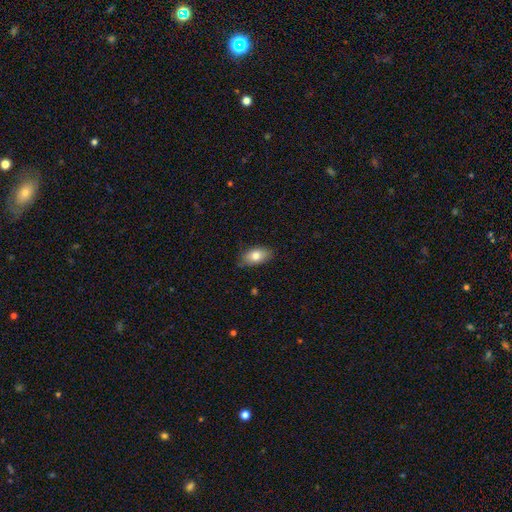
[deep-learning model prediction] Smooth or featured?
  - smooth: 79% *
  - featured or disk: 14%
  - star or artifact: 7%
How rounded?
  - in between: 90% *
  - round: 7%
  - cigar-shaped: 3%
Merging?
  - none: 80% *
  - minor disturbance: 16%
  - major disturbance: 3%
  - merger: 1%